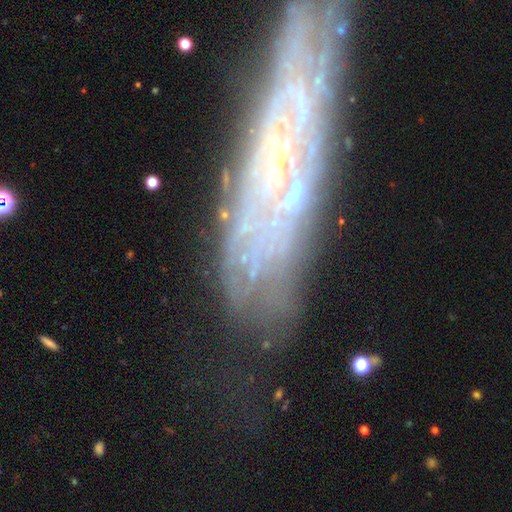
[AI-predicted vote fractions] Smooth or featured? featured or disk (54%)
Edge-on disk? no (82%)
Merging? none (56%)